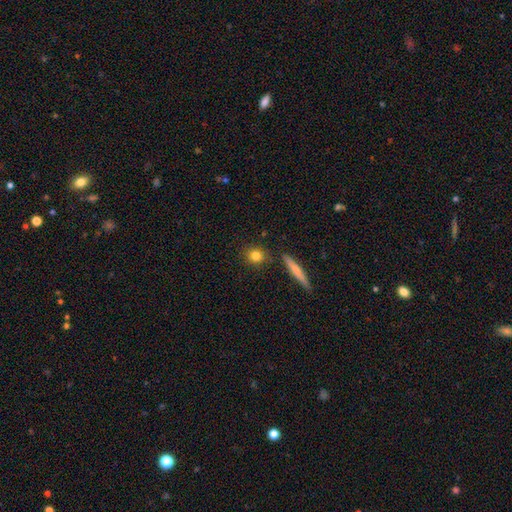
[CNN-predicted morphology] Smooth or featured: smooth — 80% (featured or disk — 10%)
How rounded: round — 76% (in between — 18%)
Merging: none — 85% (minor disturbance — 8%)